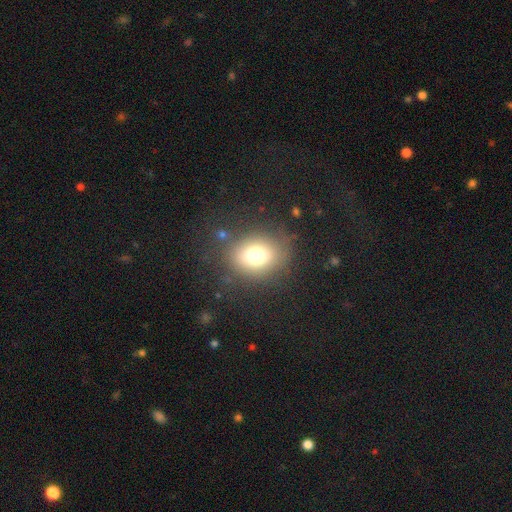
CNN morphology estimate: type=smooth (73%); roundness=round (57%); merging=none (79%).